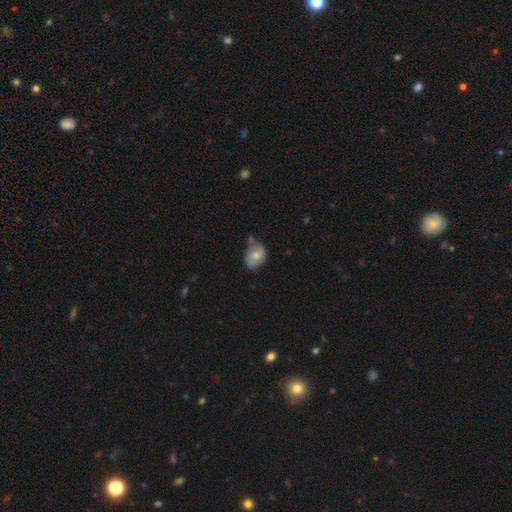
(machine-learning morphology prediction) Smooth or featured? Predicted: smooth (p=0.61). How rounded? Predicted: in between (p=0.60). Merging? Predicted: none (p=0.46).